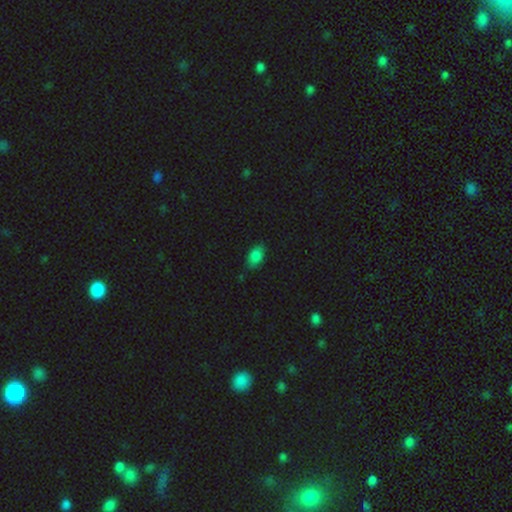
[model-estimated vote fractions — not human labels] smooth-or-featured: smooth: 83% | star or artifact: 11% | featured or disk: 6%
  how-rounded: in between: 90% | round: 8% | cigar-shaped: 2%
  merging: none: 79% | minor disturbance: 17% | major disturbance: 3% | merger: 1%